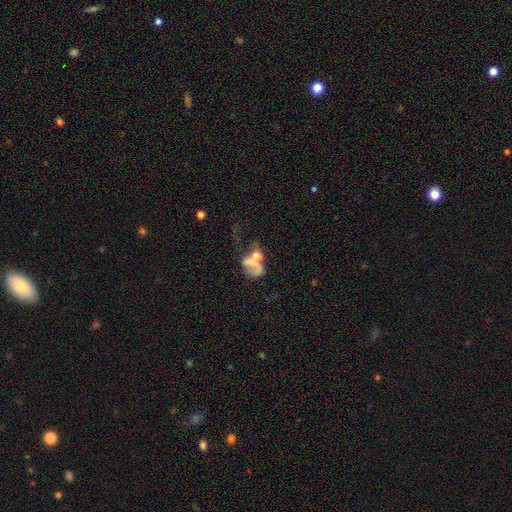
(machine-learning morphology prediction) Overall: featured or disk (45%; star or artifact 28%). Merging: merger (42%; none 26%).